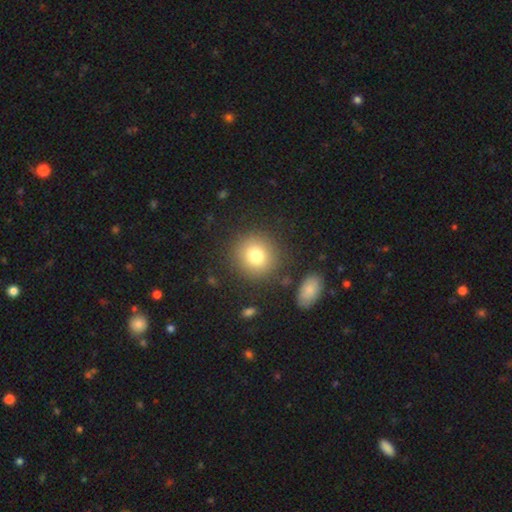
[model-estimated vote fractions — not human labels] Smooth or featured?
  - smooth: 78% *
  - star or artifact: 12%
  - featured or disk: 10%
How rounded?
  - round: 90% *
  - in between: 9%
  - cigar-shaped: 1%
Merging?
  - none: 85% *
  - minor disturbance: 8%
  - major disturbance: 4%
  - merger: 3%